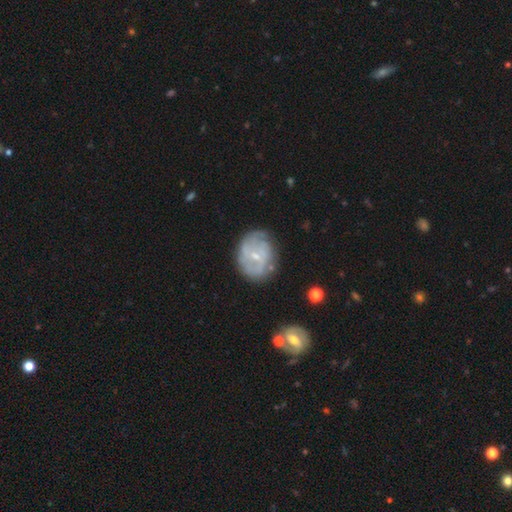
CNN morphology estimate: Q: Smooth or featured?
A: featured or disk (68%); runner-up: smooth (25%)
Q: Edge-on disk?
A: no (97%); runner-up: yes (3%)
Q: Bar?
A: weak (46%); runner-up: no (44%)
Q: Spiral arms?
A: yes (72%); runner-up: no (28%)
Q: Bulge size?
A: small (69%); runner-up: moderate (26%)
Q: Merging?
A: none (65%); runner-up: minor disturbance (23%)